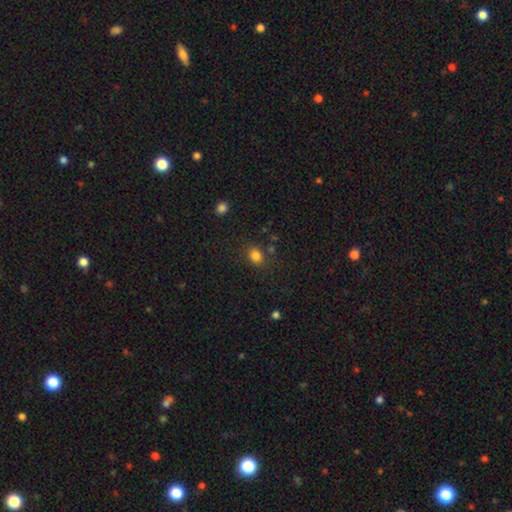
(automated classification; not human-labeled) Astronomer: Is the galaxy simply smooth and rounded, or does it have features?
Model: smooth — 82%.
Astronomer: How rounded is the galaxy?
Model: round — 58% (runner-up: in between, 41%).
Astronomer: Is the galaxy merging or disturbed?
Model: none — 79%.